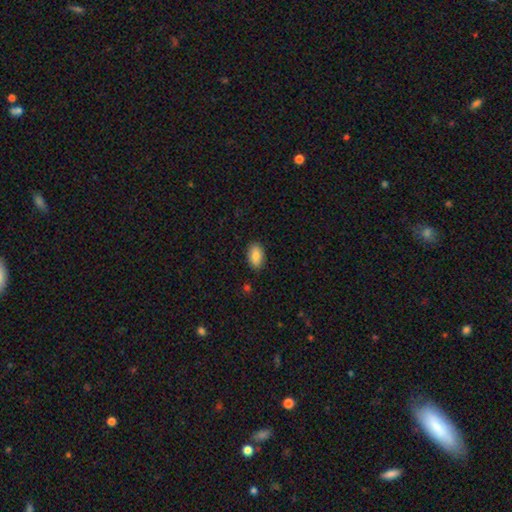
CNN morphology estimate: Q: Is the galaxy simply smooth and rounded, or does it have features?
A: smooth — 86%.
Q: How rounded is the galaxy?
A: in between — 92%.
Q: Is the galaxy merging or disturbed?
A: none — 87%.